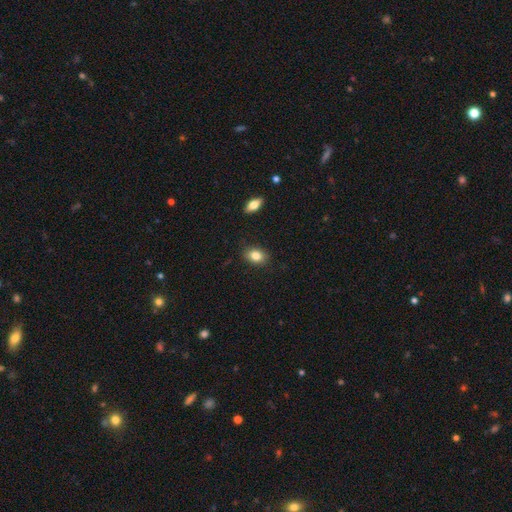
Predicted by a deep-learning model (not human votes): Morphology: type=smooth (83%); roundness=in between (75%); merging=none (86%).